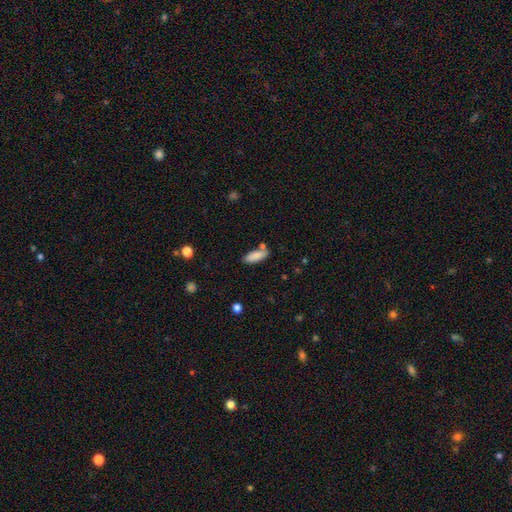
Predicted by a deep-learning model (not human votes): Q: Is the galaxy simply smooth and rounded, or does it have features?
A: smooth — 86%.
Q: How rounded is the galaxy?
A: in between — 72%.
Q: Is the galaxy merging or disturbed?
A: none — 74%.